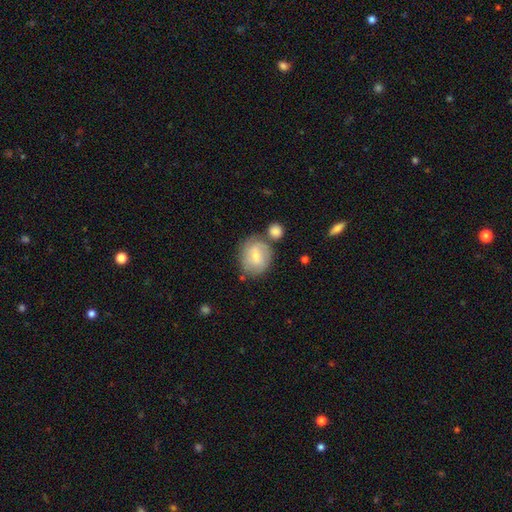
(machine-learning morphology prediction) Overall: smooth (54%; featured or disk 39%). How rounded: round (69%; in between 30%). Merging: none (53%; minor disturbance 20%).